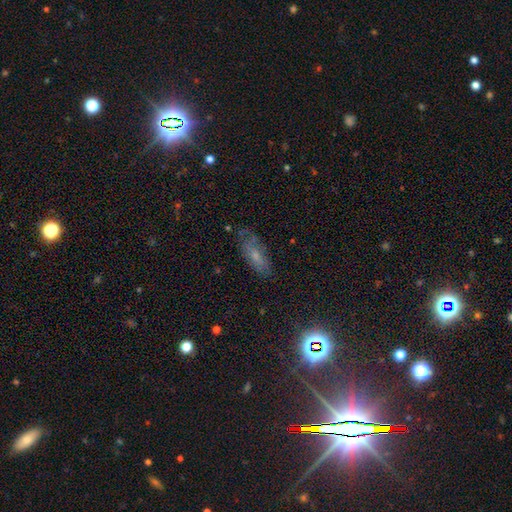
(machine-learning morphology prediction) A smooth galaxy with no disk features (53%) that is in between round and cigar-shaped (72%).

Vote fractions:
- Smooth or featured? smooth: 53% / featured or disk: 31% / star or artifact: 16%
- How rounded? in between: 72% / cigar-shaped: 24% / round: 4%
- Merging? none: 66% / minor disturbance: 23% / major disturbance: 8% / merger: 2%